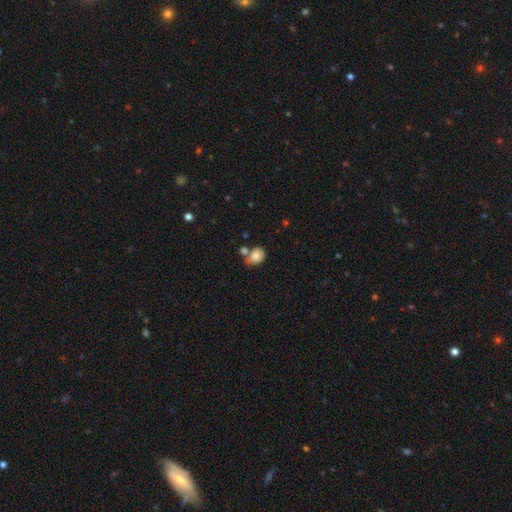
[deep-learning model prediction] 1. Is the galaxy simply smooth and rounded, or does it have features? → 80% smooth, 11% featured or disk, 9% star or artifact.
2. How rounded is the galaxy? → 51% in between, 48% round, 1% cigar-shaped.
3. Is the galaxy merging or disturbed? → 44% none, 30% merger, 19% minor disturbance, 6% major disturbance.